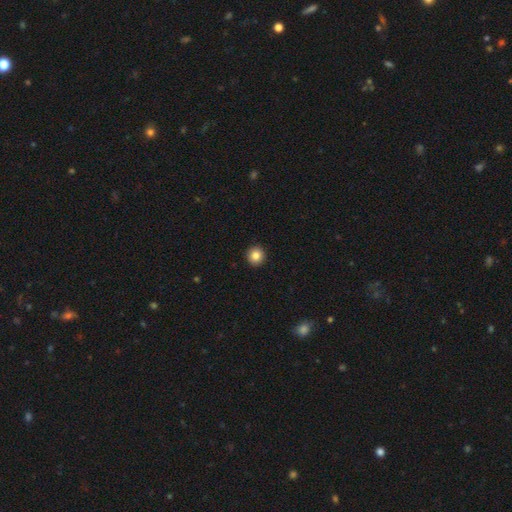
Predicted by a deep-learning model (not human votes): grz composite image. It shows a smooth galaxy with no disk features (85%) that is round (93%). Merging: none (93%).